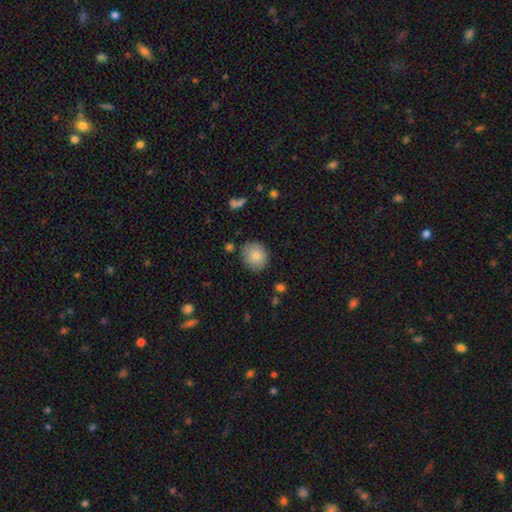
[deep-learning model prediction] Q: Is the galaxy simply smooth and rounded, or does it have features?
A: smooth — 83%.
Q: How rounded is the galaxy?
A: round — 83%.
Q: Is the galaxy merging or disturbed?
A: none — 82%.